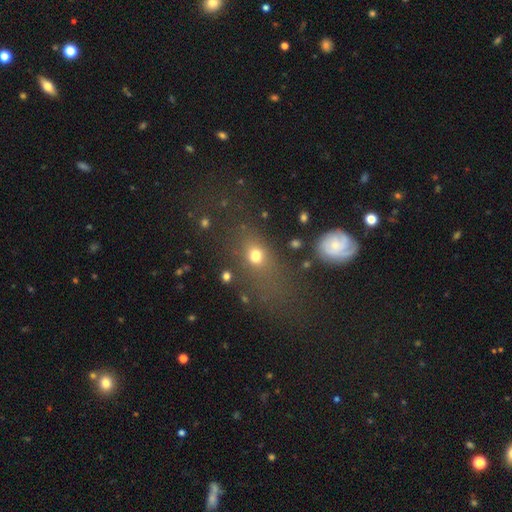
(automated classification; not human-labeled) Smooth or featured? Predicted: smooth (p=0.66). How rounded? Predicted: in between (p=0.54). Merging? Predicted: none (p=0.52).